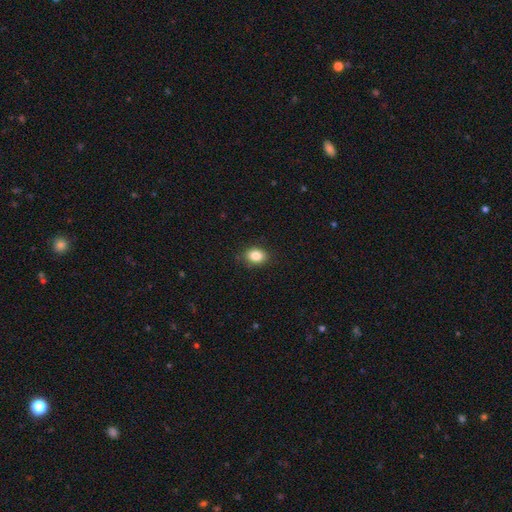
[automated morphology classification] A smooth galaxy with no disk features (85%) that is in between round and cigar-shaped (65%). Merging: none (87%).